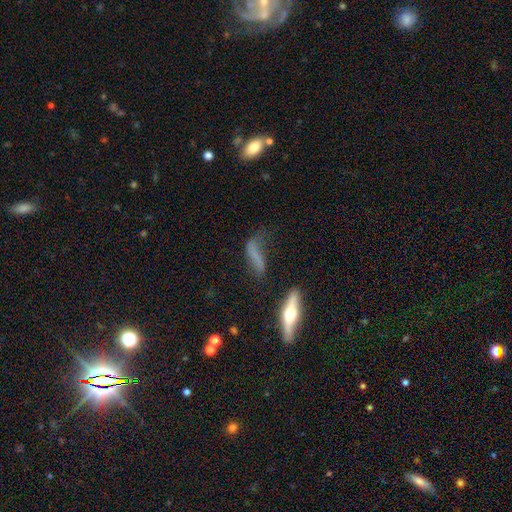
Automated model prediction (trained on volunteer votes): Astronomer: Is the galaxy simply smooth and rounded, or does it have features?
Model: smooth — 47% (runner-up: featured or disk, 40%).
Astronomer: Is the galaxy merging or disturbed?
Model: none — 41% (runner-up: minor disturbance, 26%).